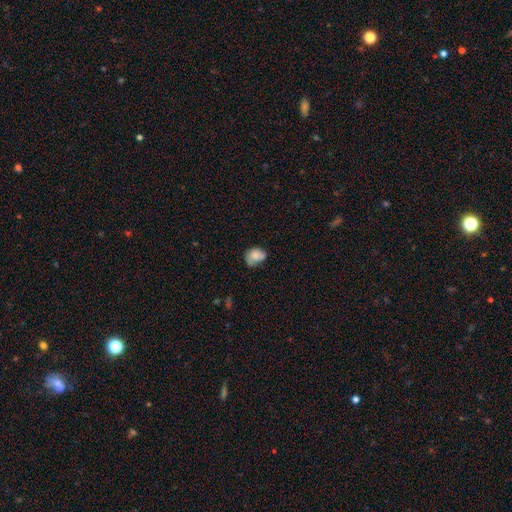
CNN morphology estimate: This is likely a smooth galaxy (70%). How rounded: possibly in between (56%). Merging: marginally none (44%).